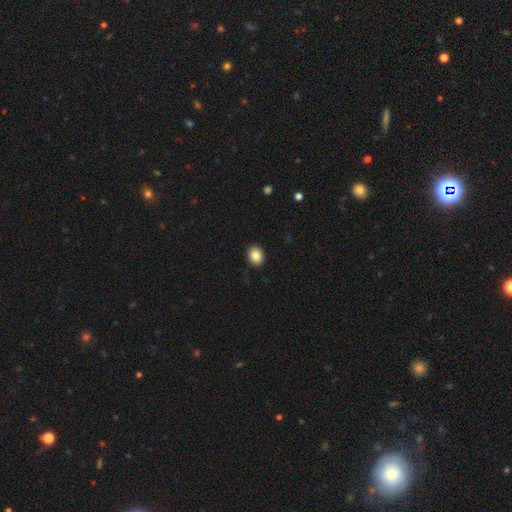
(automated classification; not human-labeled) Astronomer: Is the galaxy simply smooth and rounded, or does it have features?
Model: smooth — 85%.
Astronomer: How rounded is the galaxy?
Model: round — 55% (runner-up: in between, 44%).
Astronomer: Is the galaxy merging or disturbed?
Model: none — 91%.